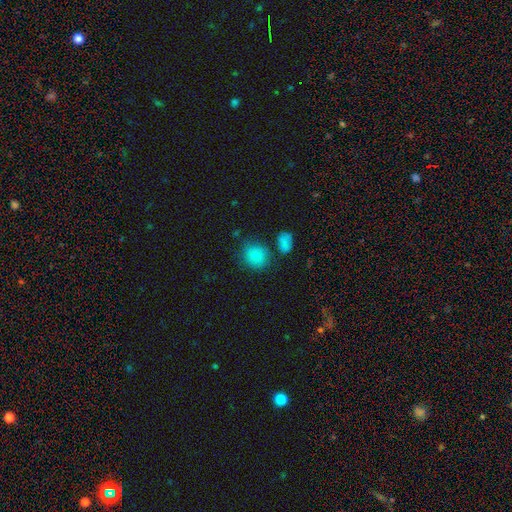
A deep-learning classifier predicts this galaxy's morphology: smooth 84%, star or artifact 10%, featured or disk 6%. Down the decision tree: how rounded — round (72%); merging — none (70%).